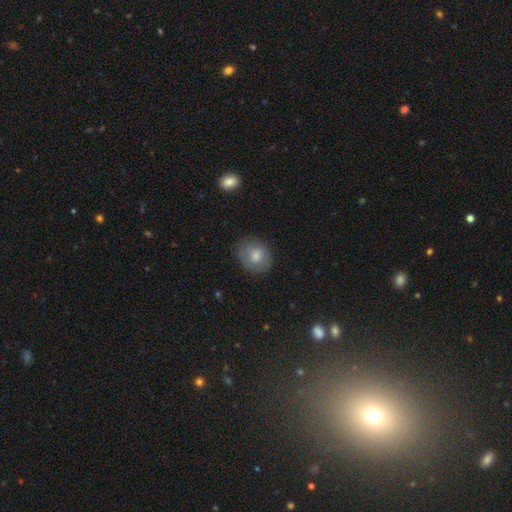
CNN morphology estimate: A smooth galaxy with no disk features (75%) that is round (63%). Merging: none (74%).